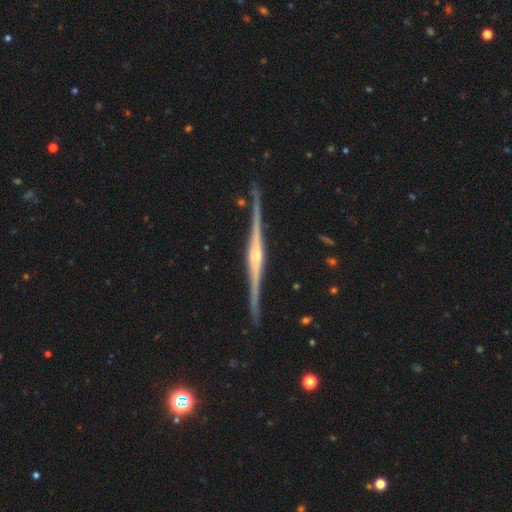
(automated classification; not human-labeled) smooth-or-featured: featured or disk: 90% | smooth: 6% | star or artifact: 4%
  disk-edge-on: yes: 99% | no: 1%
    edge-on-bulge: rounded: 74% | boxy: 17% | none: 9%
  merging: none: 90% | minor disturbance: 7% | major disturbance: 1% | merger: 1%